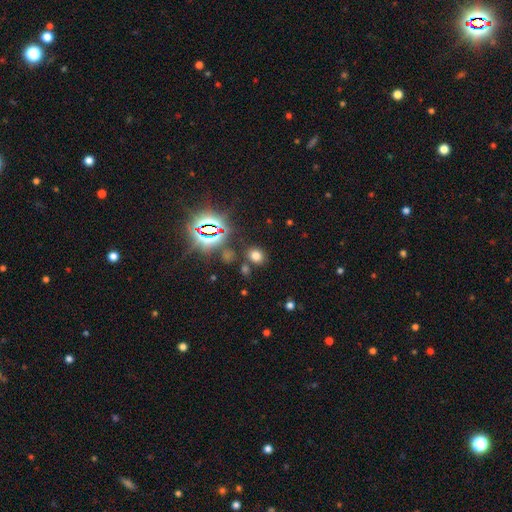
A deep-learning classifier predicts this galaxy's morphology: This appears to be a smooth galaxy with no disk features (65%) that is round (59%). Merging: none (81%).